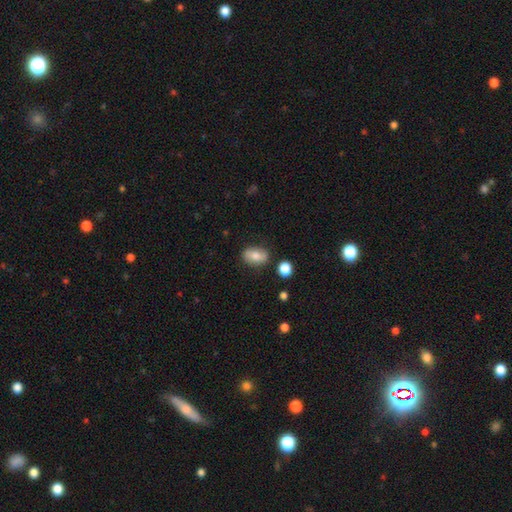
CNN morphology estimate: smooth-or-featured: smooth: 74% | featured or disk: 18% | star or artifact: 8%
  how-rounded: in between: 85% | round: 13% | cigar-shaped: 2%
  merging: none: 78% | minor disturbance: 15% | major disturbance: 3% | merger: 3%